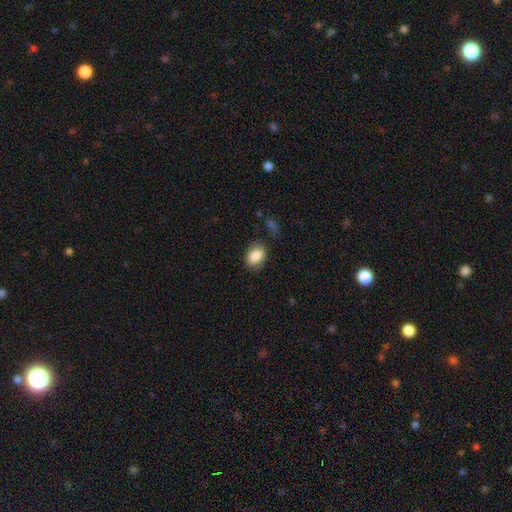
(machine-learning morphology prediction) The model was most divided on "how rounded": in between: 75%, round: 24%, cigar-shaped: 1%. More confident: smooth or featured — smooth (86%); merging — none (77%).